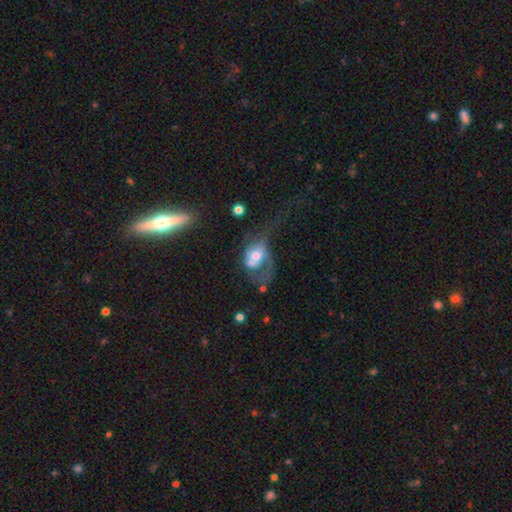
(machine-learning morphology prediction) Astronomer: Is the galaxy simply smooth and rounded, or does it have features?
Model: smooth — 48% (runner-up: featured or disk, 43%).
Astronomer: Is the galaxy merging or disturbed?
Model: major disturbance — 51%.